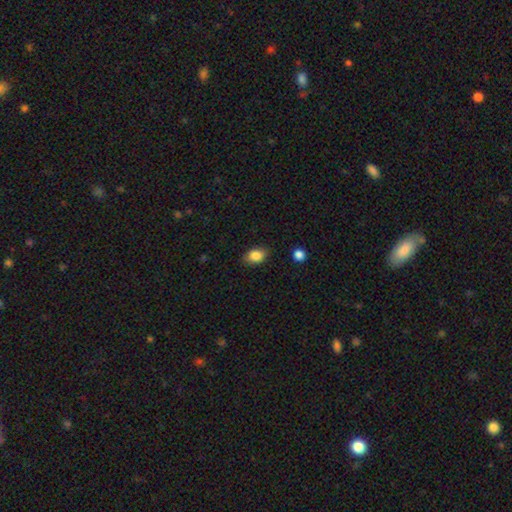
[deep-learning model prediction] smooth 85%, star or artifact 9%, featured or disk 6%. Down the decision tree: how rounded — in between (80%); merging — none (84%).